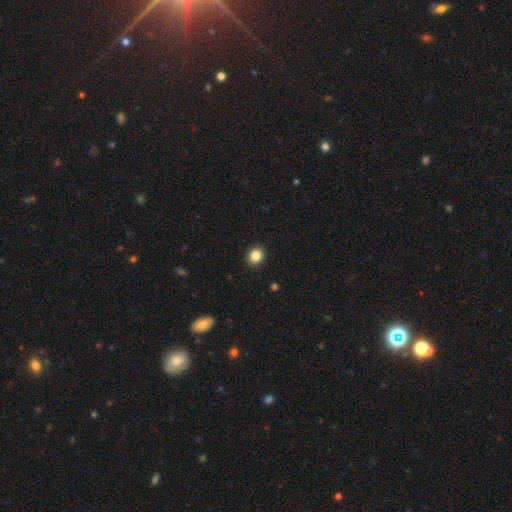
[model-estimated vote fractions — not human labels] smooth-or-featured: smooth: 85% | star or artifact: 11% | featured or disk: 5%
  how-rounded: round: 77% | in between: 22% | cigar-shaped: 1%
  merging: none: 92% | minor disturbance: 5% | major disturbance: 2% | merger: 1%